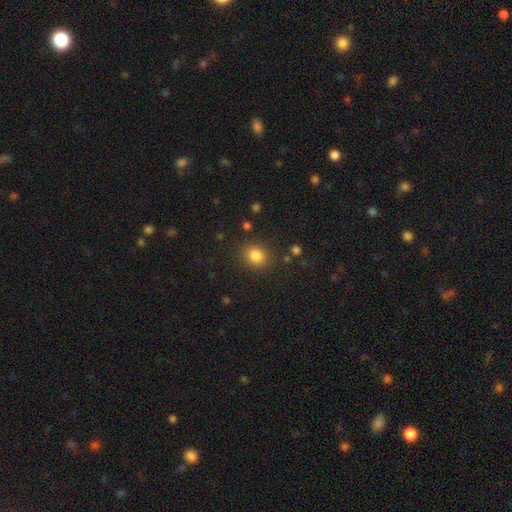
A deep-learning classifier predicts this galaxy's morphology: This is clearly a smooth galaxy (84%). How rounded: likely round (67%). Merging: clearly none (85%).